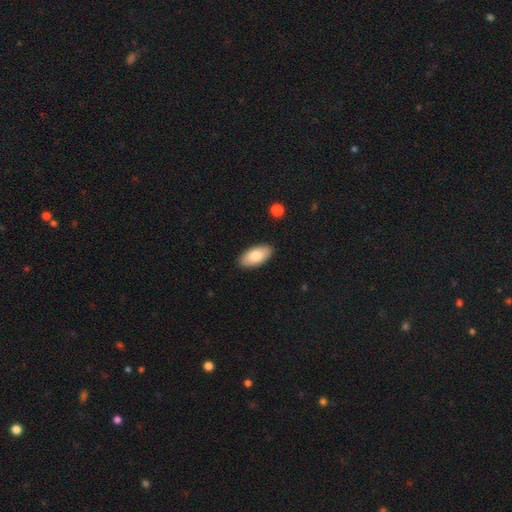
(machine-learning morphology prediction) This appears to be a smooth galaxy with no disk features (84%) that is in between round and cigar-shaped (93%). Merging: none (89%).